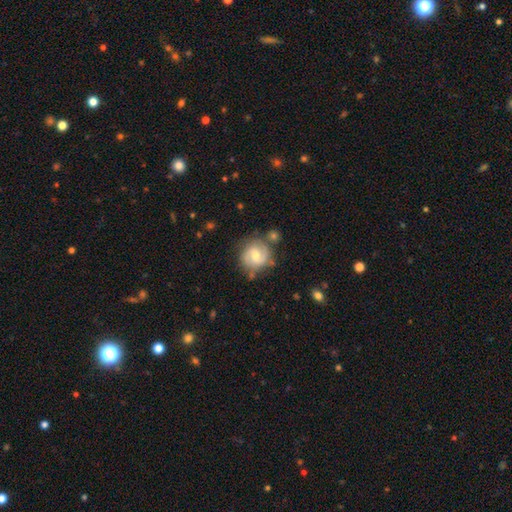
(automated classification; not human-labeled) The model was most divided on "bar": weak: 51%, no: 36%, strong: 13%. More confident: edge-on disk — no (97%); spiral arms — yes (83%); merging — none (65%); bulge size — moderate (64%); smooth or featured — featured or disk (57%).